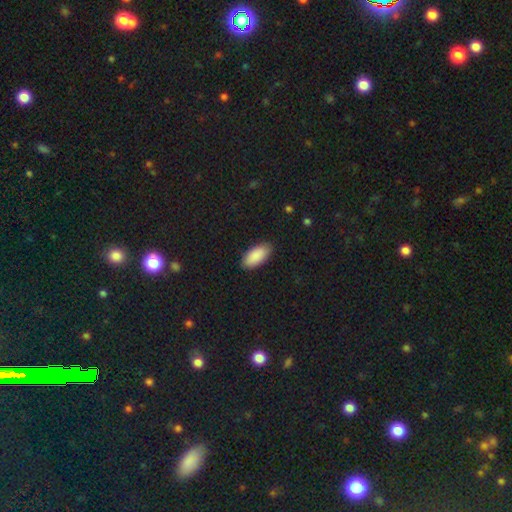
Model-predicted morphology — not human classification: smooth-or-featured: smooth: 90% | star or artifact: 6% | featured or disk: 4%
  how-rounded: in between: 92% | cigar-shaped: 6% | round: 2%
  merging: none: 88% | minor disturbance: 9% | major disturbance: 2% | merger: 1%